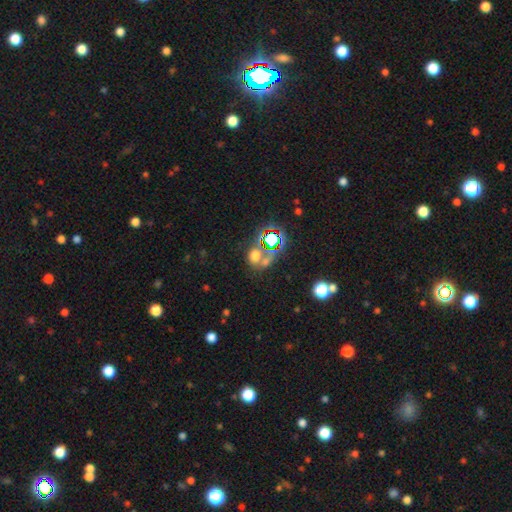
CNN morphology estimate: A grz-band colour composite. It shows a smooth galaxy with no disk features (51%) that is round (59%). Merging: none (42%).